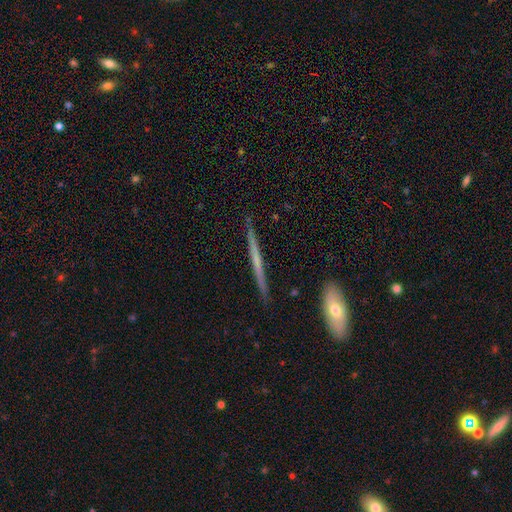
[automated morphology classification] Smooth or featured? Predicted: featured or disk (p=0.59). Edge-on disk? Predicted: yes (p=0.97). Edge-on bulge? Predicted: none (p=0.75). Merging? Predicted: none (p=0.89).